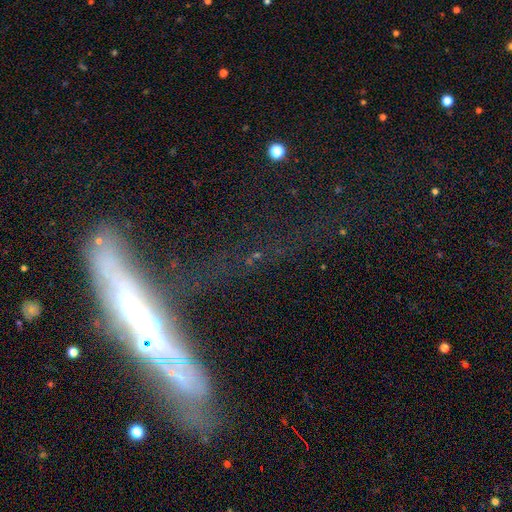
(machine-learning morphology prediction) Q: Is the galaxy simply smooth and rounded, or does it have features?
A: featured or disk — 63%.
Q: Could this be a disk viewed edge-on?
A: yes — 57%.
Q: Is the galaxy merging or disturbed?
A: none — 36%.